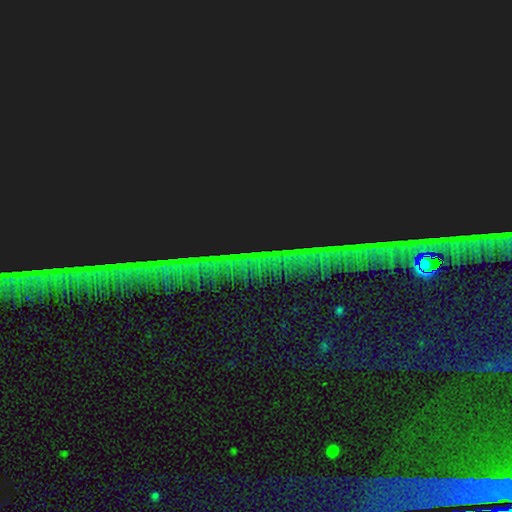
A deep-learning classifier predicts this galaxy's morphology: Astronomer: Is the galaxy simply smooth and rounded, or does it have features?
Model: star or artifact — 88%.